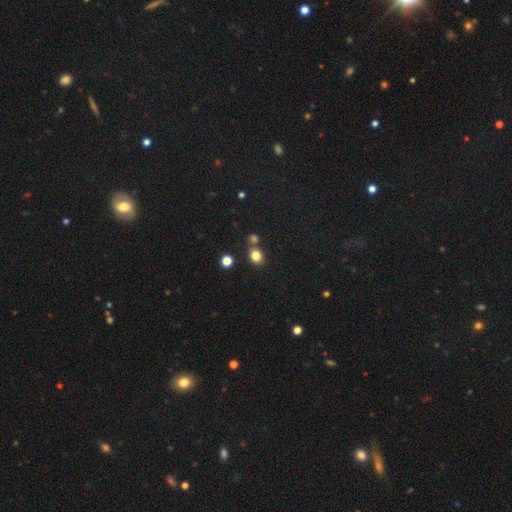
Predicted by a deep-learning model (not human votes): Morphology: type=smooth (81%); roundness=round (65%); merging=none (67%).